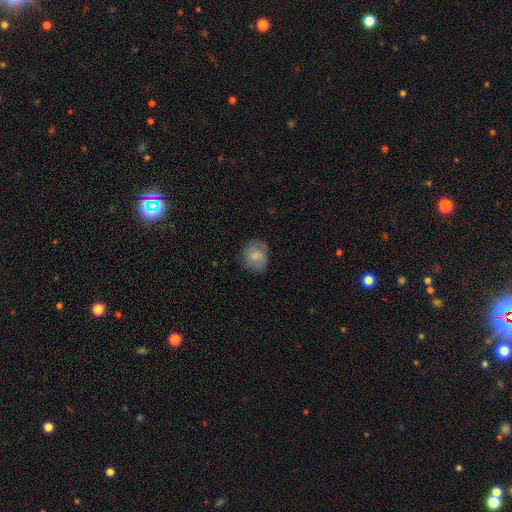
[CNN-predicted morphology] Smooth or featured: smooth — 72% (featured or disk — 20%)
How rounded: round — 66% (in between — 33%)
Merging: none — 71% (minor disturbance — 21%)